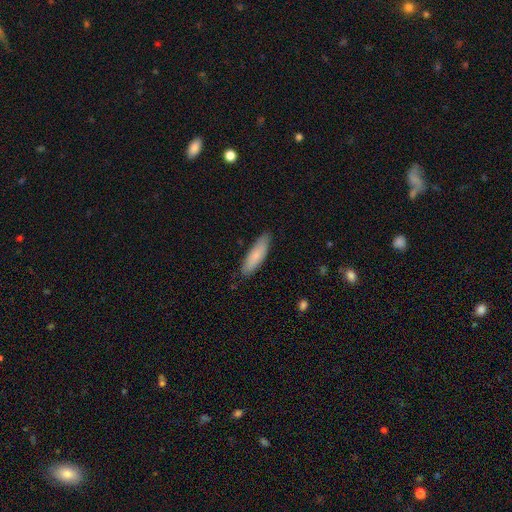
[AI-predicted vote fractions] A smooth galaxy with no disk features (80%) that is cigar-shaped (60%). Merging: none (86%).